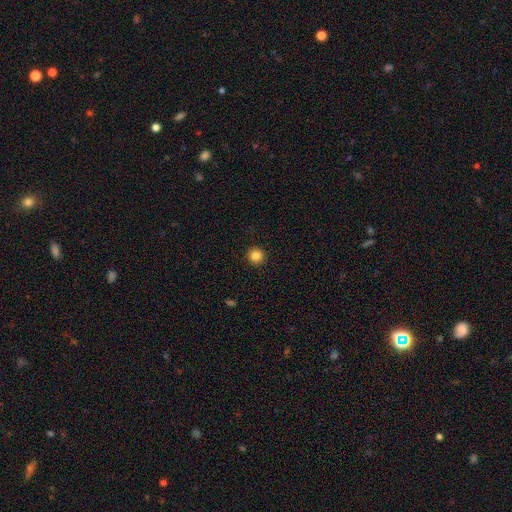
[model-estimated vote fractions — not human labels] smooth_or_featured: smooth (p=0.85) [alt: star or artifact p=0.11]
how_rounded: round (p=0.95) [alt: in between p=0.04]
merging: none (p=0.93) [alt: minor disturbance p=0.05]